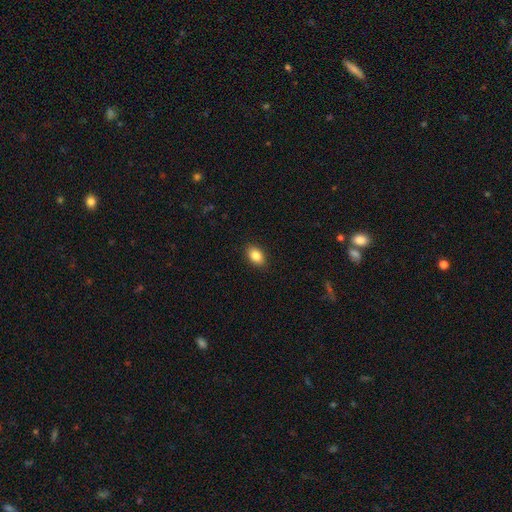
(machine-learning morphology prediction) type=smooth (86%); roundness=in between (83%); merging=none (89%).